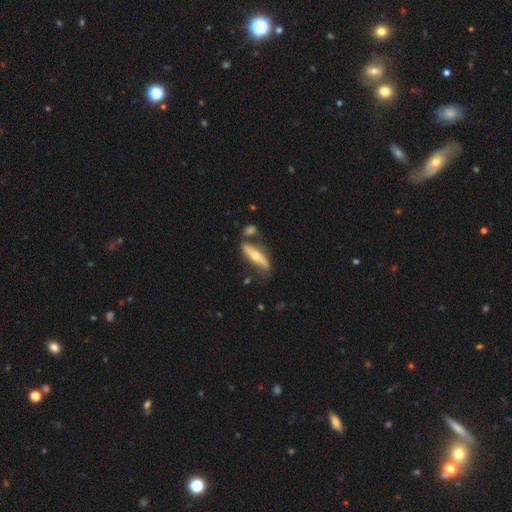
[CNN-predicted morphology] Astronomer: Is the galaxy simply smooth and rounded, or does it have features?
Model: featured or disk — 58% (runner-up: smooth, 36%).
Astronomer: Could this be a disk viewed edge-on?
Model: yes — 78%.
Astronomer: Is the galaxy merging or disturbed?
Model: none — 70%.